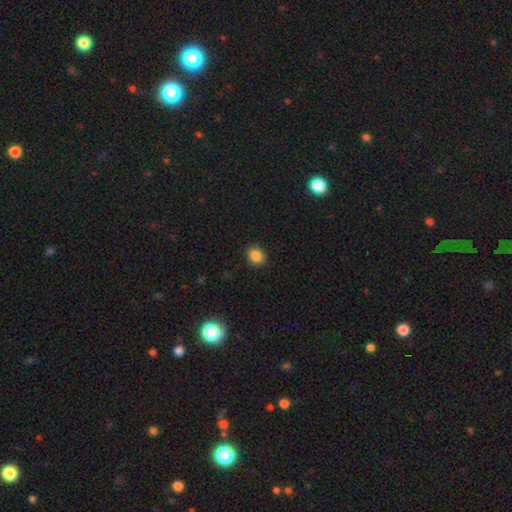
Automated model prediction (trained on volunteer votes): This is clearly a smooth galaxy (86%). How rounded: likely round (70%). Merging: clearly none (90%).